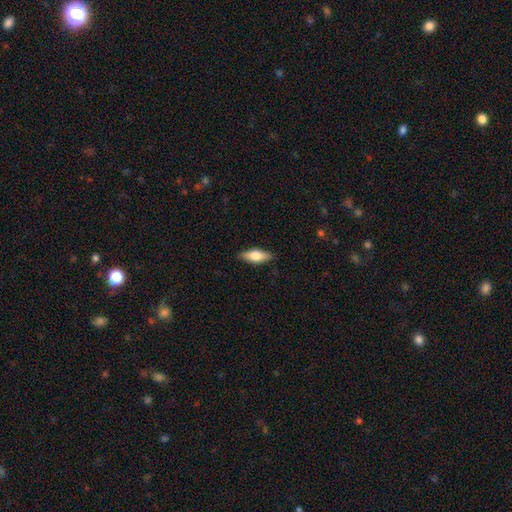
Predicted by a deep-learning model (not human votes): Smooth or featured? smooth (63%)
How rounded? in between (65%)
Merging? none (88%)